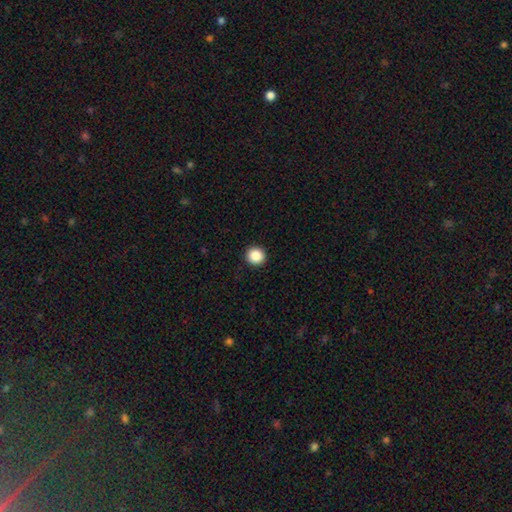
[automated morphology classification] Smooth or featured: smooth — 88% (star or artifact — 9%)
How rounded: round — 94% (in between — 5%)
Merging: none — 93% (minor disturbance — 4%)